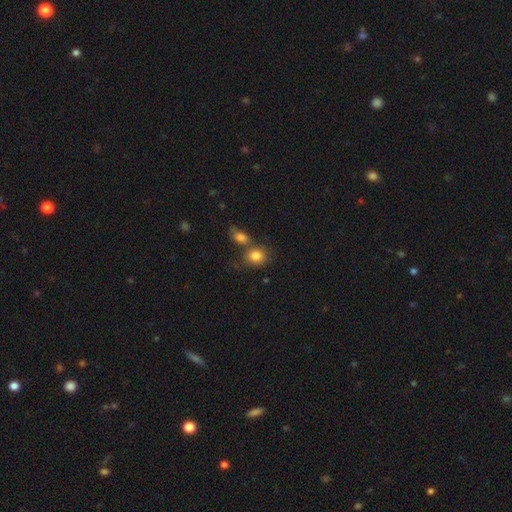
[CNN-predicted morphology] smooth_or_featured: smooth (p=0.83) [alt: star or artifact p=0.09]
how_rounded: in between (p=0.52) [alt: round p=0.46]
merging: none (p=0.48) [alt: merger p=0.35]